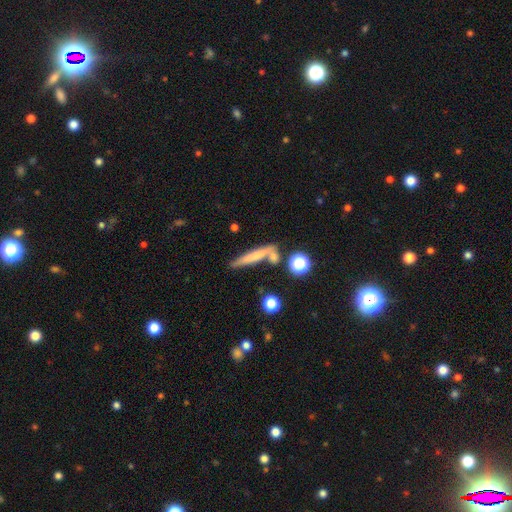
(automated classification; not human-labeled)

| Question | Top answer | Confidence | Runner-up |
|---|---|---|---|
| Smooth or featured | smooth | 59% | featured or disk (31%) |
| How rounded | cigar-shaped | 85% | in between (11%) |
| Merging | none | 61% | merger (18%) |